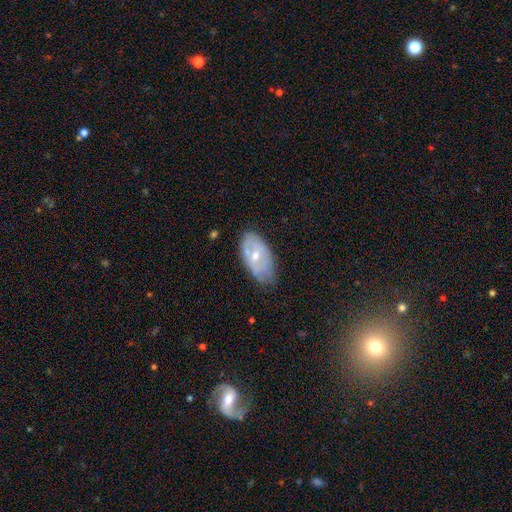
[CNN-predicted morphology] A featured or disk galaxy (50%). Merging: none (63%).